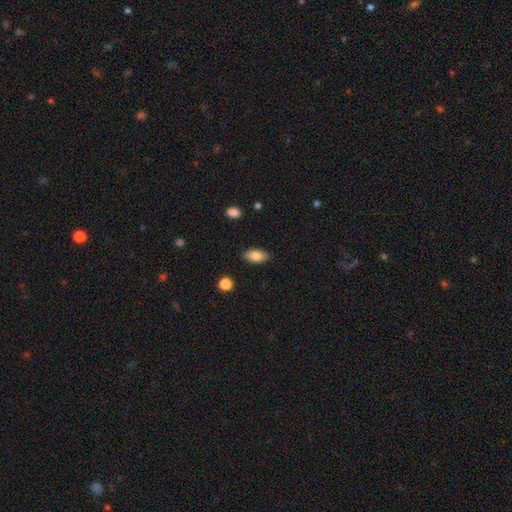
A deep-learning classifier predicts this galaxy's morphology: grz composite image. It shows a smooth galaxy with no disk features (83%) that is in between round and cigar-shaped (91%). Merging: none (87%).